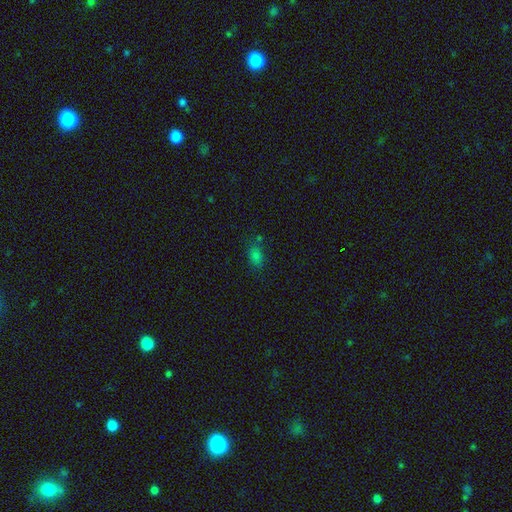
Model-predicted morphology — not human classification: smooth 72%, star or artifact 21%, featured or disk 6%. Down the decision tree: how rounded — in between (82%); merging — none (72%).